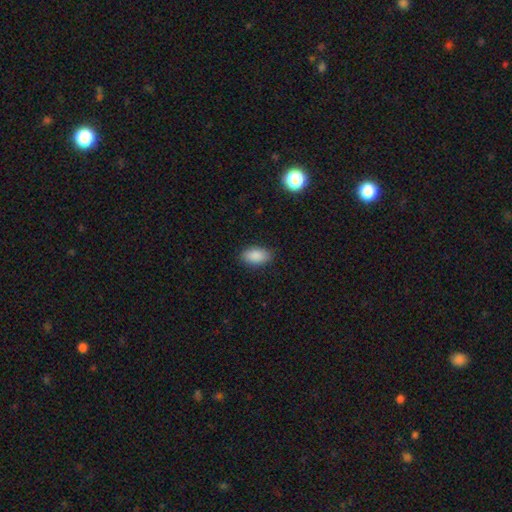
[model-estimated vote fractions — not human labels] smooth-or-featured: smooth: 89% | star or artifact: 7% | featured or disk: 4%
  how-rounded: in between: 93% | round: 4% | cigar-shaped: 3%
  merging: none: 87% | minor disturbance: 10% | major disturbance: 2% | merger: 1%